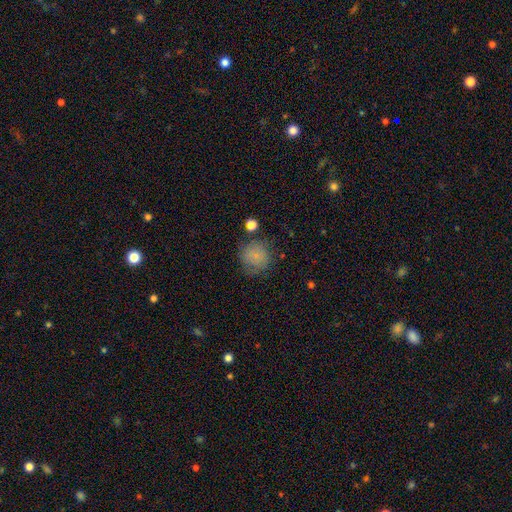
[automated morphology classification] type=smooth (78%); roundness=round (91%); merging=none (72%).